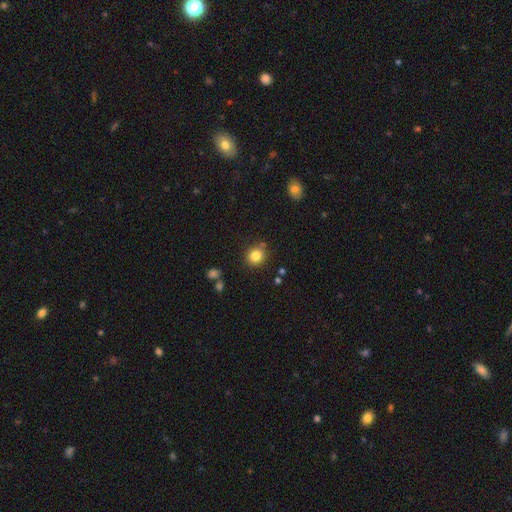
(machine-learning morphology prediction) type=smooth (82%); roundness=round (87%); merging=none (81%).